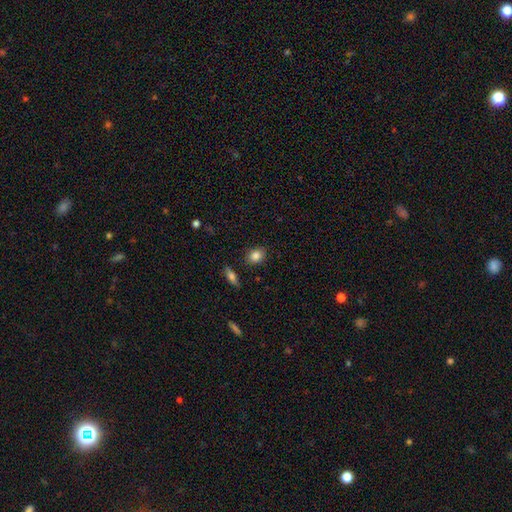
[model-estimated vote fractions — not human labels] smooth-or-featured: smooth: 84% | star or artifact: 9% | featured or disk: 7%
  how-rounded: round: 51% | in between: 47% | cigar-shaped: 2%
  merging: none: 85% | minor disturbance: 10% | major disturbance: 2% | merger: 2%